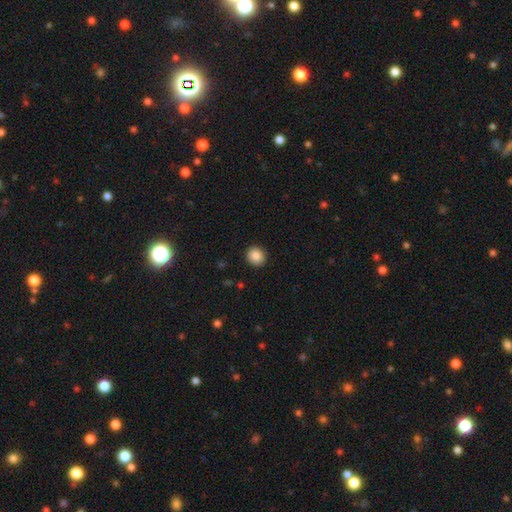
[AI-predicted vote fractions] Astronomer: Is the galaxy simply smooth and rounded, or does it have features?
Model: smooth — 88%.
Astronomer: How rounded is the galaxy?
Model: round — 86%.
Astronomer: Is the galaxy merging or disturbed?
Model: none — 92%.